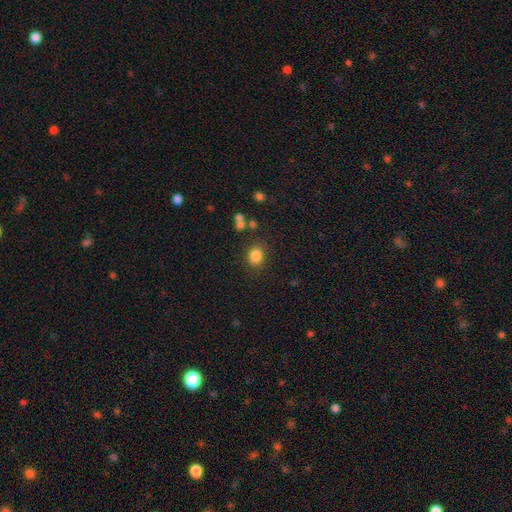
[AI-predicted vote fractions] Smooth or featured? Predicted: smooth (p=0.84). How rounded? Predicted: round (p=0.54). Merging? Predicted: none (p=0.81).